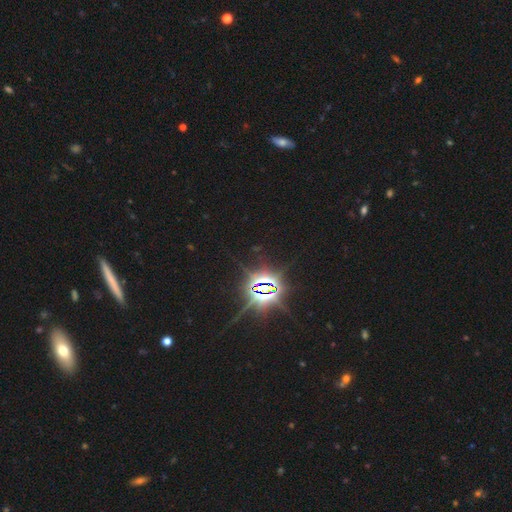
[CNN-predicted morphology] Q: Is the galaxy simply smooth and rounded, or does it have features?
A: star or artifact — 84%.